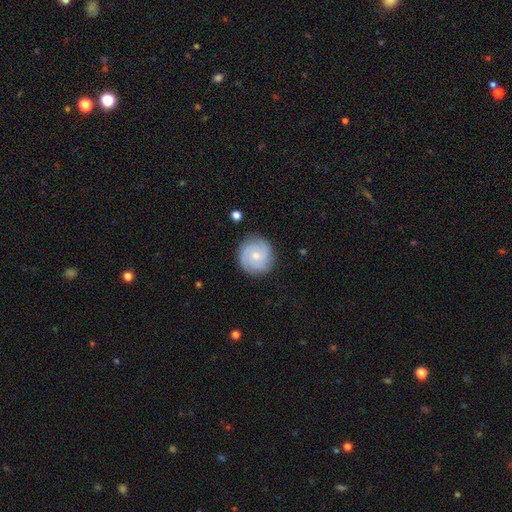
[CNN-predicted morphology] Overall: featured or disk (63%; smooth 31%). Edge-on disk: no (98%). Bar: no (76%). Spiral arms: yes (91%). Spiral arm count: 3 (39%; can't tell 23%). Spiral winding: tight (61%; medium 31%). Bulge size: small (56%; moderate 41%). Merging: none (84%).